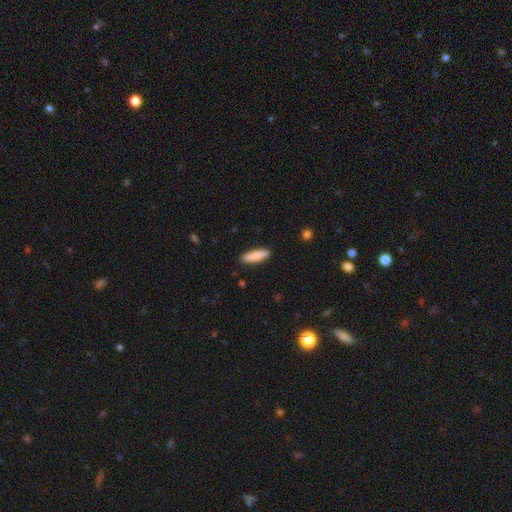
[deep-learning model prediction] Smooth or featured? smooth (87%)
How rounded? cigar-shaped (66%)
Merging? none (89%)